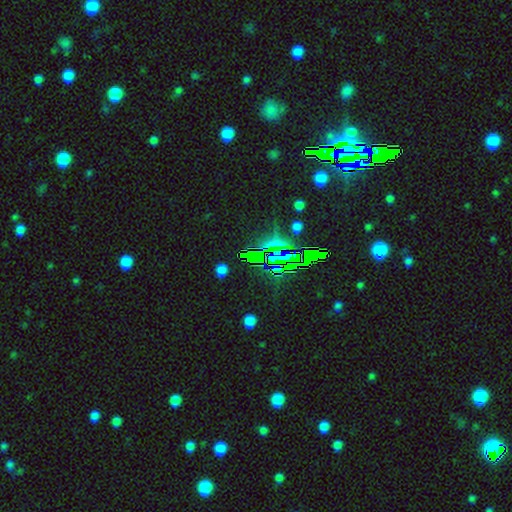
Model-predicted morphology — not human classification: Smooth or featured? Predicted: star or artifact (p=0.71).